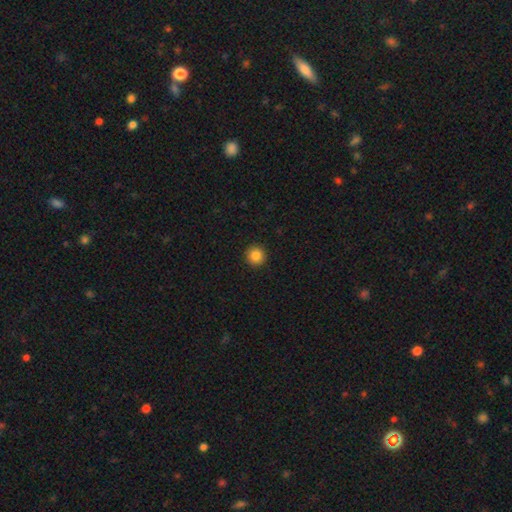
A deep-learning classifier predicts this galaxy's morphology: This is clearly a smooth galaxy (86%). How rounded: clearly round (95%). Merging: clearly none (93%).